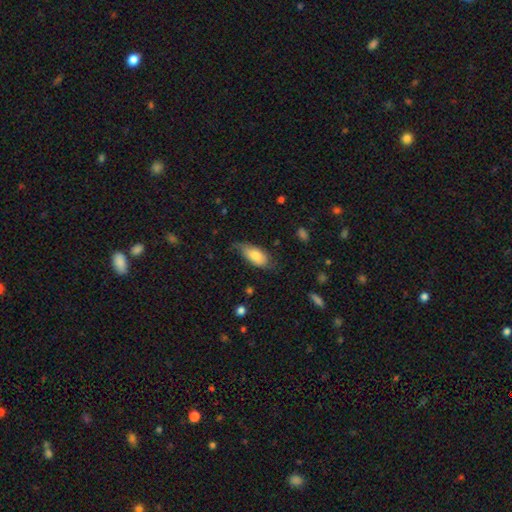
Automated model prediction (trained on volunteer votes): Smooth or featured?
  - smooth: 78% *
  - featured or disk: 16%
  - star or artifact: 6%
How rounded?
  - in between: 86% *
  - cigar-shaped: 11%
  - round: 2%
Merging?
  - none: 50% *
  - minor disturbance: 36%
  - major disturbance: 11%
  - merger: 2%